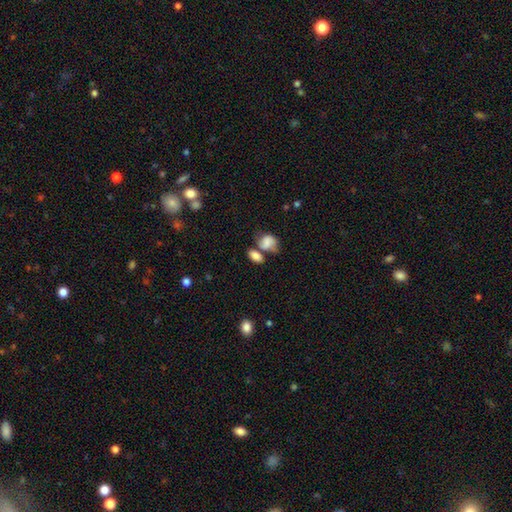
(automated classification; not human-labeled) Smooth or featured?
  - smooth: 82% *
  - featured or disk: 9%
  - star or artifact: 9%
How rounded?
  - in between: 84% *
  - round: 14%
  - cigar-shaped: 3%
Merging?
  - none: 43% *
  - merger: 36%
  - minor disturbance: 15%
  - major disturbance: 7%